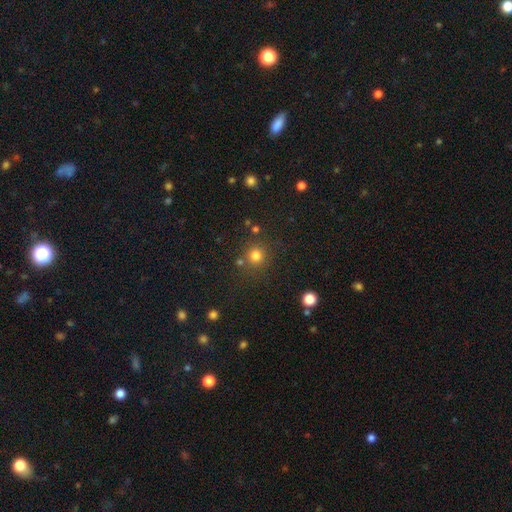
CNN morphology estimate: The model was most divided on "smooth or featured": smooth: 79%, star or artifact: 15%, featured or disk: 6%. More confident: how rounded — round (92%); merging — none (79%).